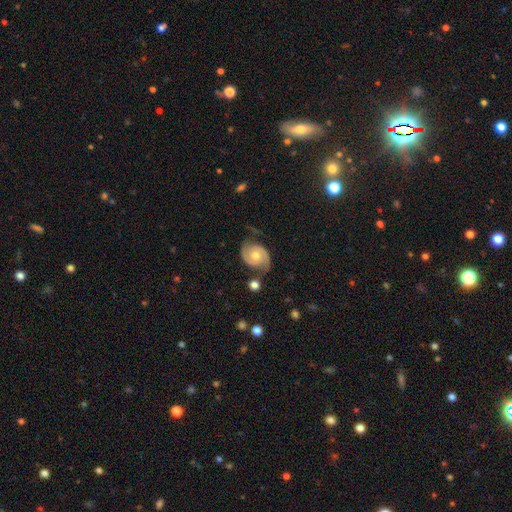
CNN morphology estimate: This appears to be a featured or disk galaxy (83%) with no bar (71%), 2 (92%) medium (48%) spiral arms (96%) and a moderate central bulge (65%). Merging: none (70%).